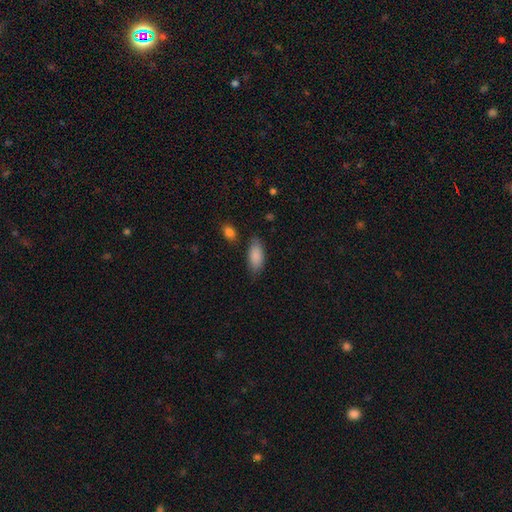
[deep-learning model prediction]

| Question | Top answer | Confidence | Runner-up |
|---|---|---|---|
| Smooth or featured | smooth | 88% | star or artifact (6%) |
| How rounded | in between | 87% | cigar-shaped (10%) |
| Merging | none | 77% | minor disturbance (16%) |